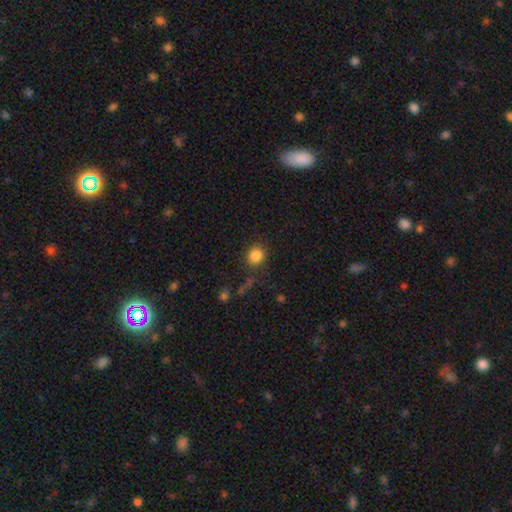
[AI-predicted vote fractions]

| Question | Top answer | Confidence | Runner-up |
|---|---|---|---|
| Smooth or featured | smooth | 85% | star or artifact (11%) |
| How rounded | round | 87% | in between (12%) |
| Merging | none | 81% | minor disturbance (10%) |